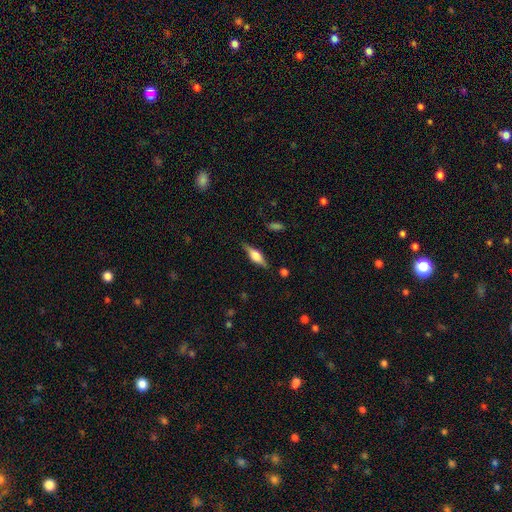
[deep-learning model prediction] This appears to be a featured or disk galaxy (59%) viewed edge-on (95%) with a rounded central bulge (82%). Merging: none (84%).